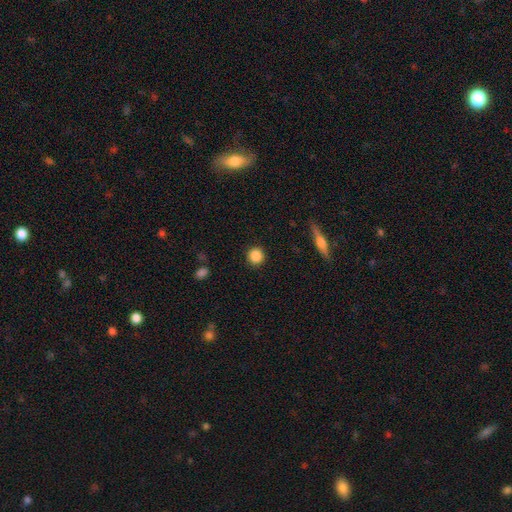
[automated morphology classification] smooth 87%, star or artifact 9%, featured or disk 4%. Down the decision tree: how rounded — round (92%); merging — none (91%).